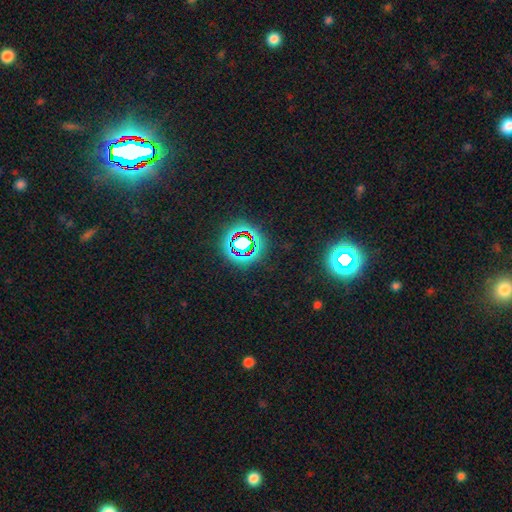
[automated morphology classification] Q: Smooth or featured?
A: star or artifact (78%); runner-up: smooth (14%)